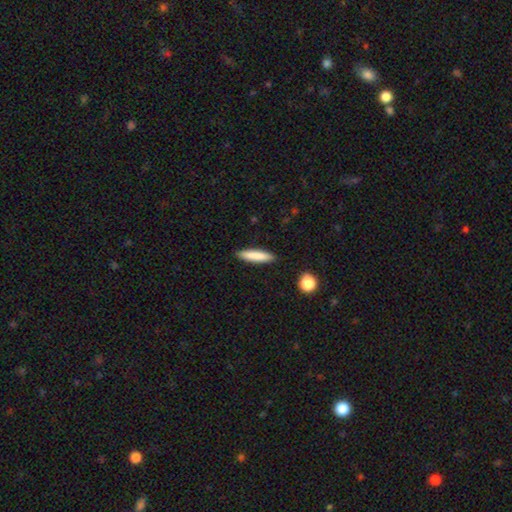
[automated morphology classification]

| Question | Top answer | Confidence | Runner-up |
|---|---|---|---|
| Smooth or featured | smooth | 83% | featured or disk (11%) |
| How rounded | cigar-shaped | 84% | in between (14%) |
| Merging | none | 90% | minor disturbance (7%) |